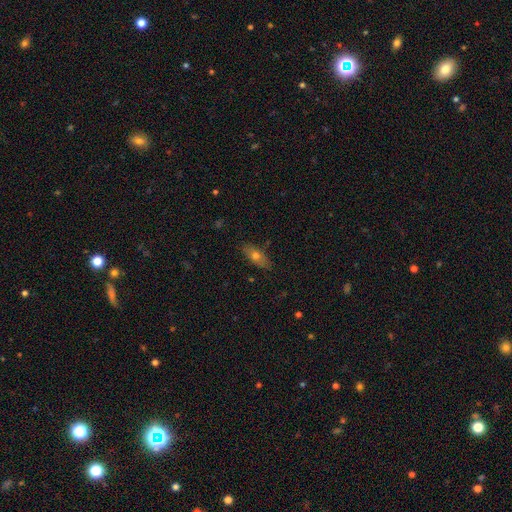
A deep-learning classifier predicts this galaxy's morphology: The model was most divided on "smooth or featured": smooth: 64%, featured or disk: 28%, star or artifact: 8%. More confident: merging — none (83%); how rounded — in between (73%).